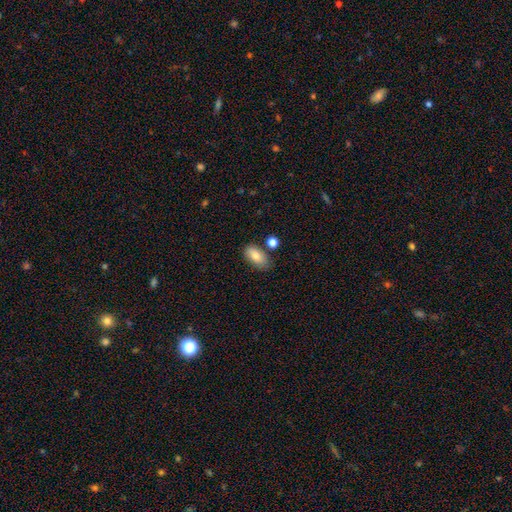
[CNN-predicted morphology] smooth 80%, featured or disk 12%, star or artifact 7%. Down the decision tree: how rounded — in between (91%); merging — none (72%).